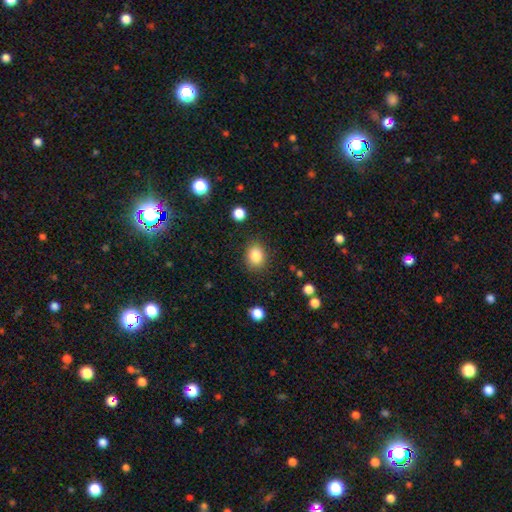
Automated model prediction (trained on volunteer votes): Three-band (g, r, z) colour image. It shows a smooth galaxy with no disk features (85%) that is in between round and cigar-shaped (51%). Merging: none (85%).